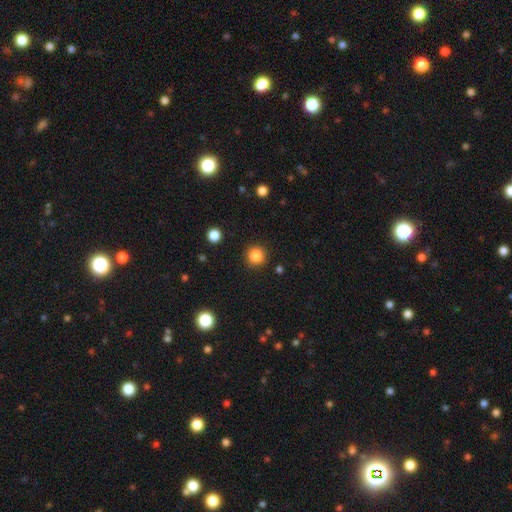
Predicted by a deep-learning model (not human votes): Smooth or featured? Predicted: smooth (p=0.86). How rounded? Predicted: round (p=0.94). Merging? Predicted: none (p=0.90).